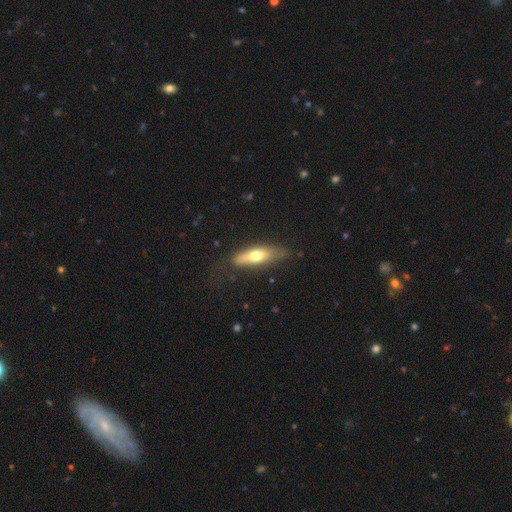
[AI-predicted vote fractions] This is possibly a smooth galaxy (59%). How rounded: possibly cigar-shaped (56%). Merging: likely none (71%).